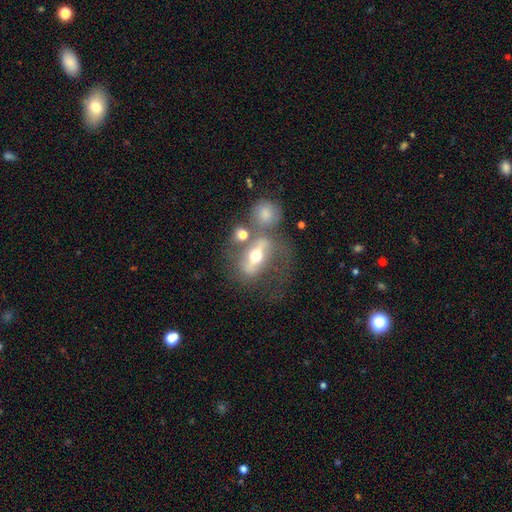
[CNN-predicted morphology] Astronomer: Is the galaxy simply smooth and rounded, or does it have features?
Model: featured or disk — 64%.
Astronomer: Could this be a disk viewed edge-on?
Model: no — 70%.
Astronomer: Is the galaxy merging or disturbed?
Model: none — 40% (runner-up: merger, 27%).